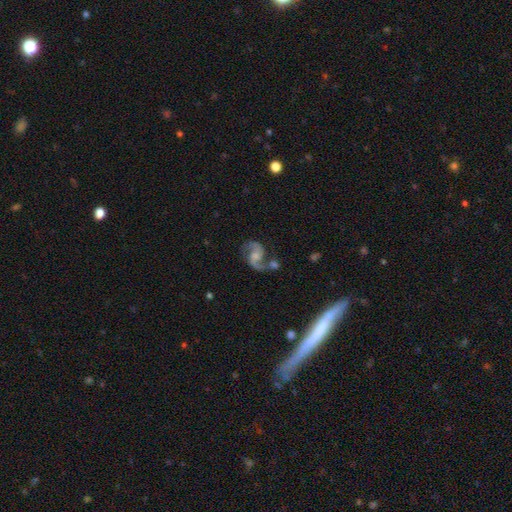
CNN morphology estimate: Smooth or featured?
  - featured or disk: 87% *
  - smooth: 7%
  - star or artifact: 6%
Edge-on disk?
  - no: 98% *
  - yes: 2%
Bar?
  - no: 52% *
  - weak: 40%
  - strong: 8%
Spiral arms?
  - yes: 96% *
  - no: 4%
Spiral winding?
  - loose: 50% *
  - medium: 42%
  - tight: 7%
Spiral arm count?
  - 2: 91% *
  - 1: 4%
  - can't tell: 2%
  - 3: 1%
  - 4: 1%
  - more than 4: 1%
Bulge size?
  - small: 37% *
  - moderate: 36%
  - none: 20%
  - large: 6%
  - dominant: 2%
Merging?
  - none: 52% *
  - merger: 22%
  - minor disturbance: 16%
  - major disturbance: 10%